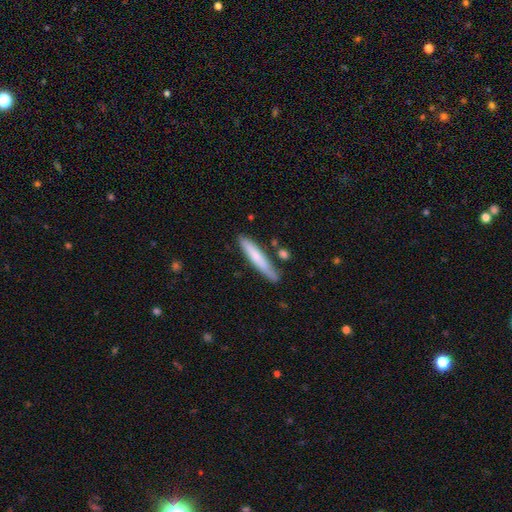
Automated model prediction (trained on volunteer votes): This is likely a smooth galaxy (68%). How rounded: clearly cigar-shaped (93%). Merging: clearly none (80%).